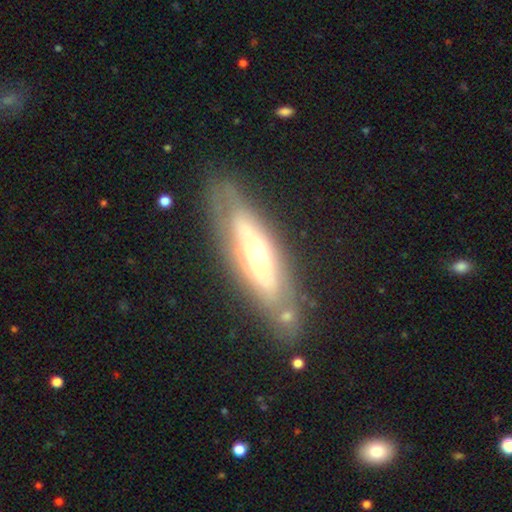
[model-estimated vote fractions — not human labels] Smooth or featured? Predicted: featured or disk (p=0.72). Edge-on disk? Predicted: no (p=0.67). Merging? Predicted: none (p=0.74).